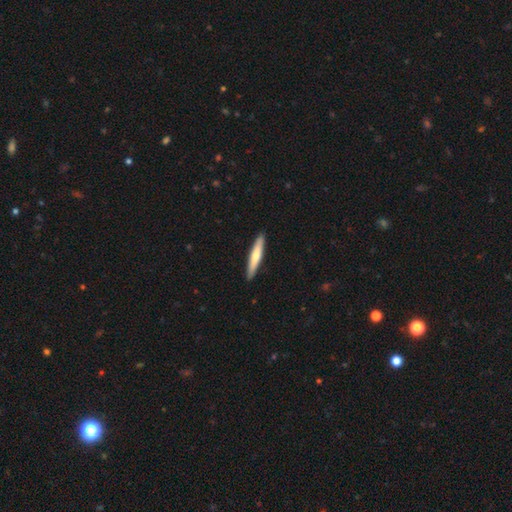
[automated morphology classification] This is likely a smooth galaxy (61%). How rounded: clearly cigar-shaped (92%). Merging: clearly none (91%).